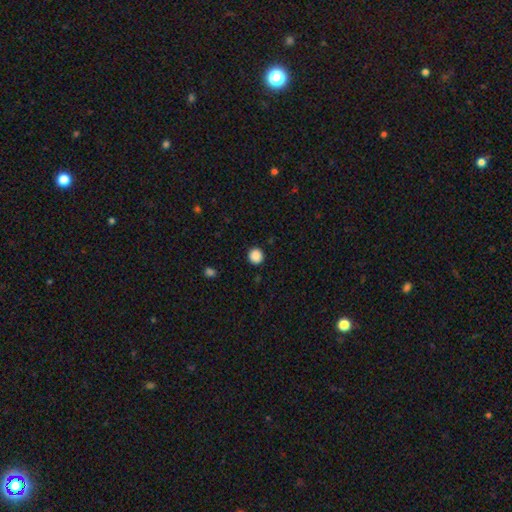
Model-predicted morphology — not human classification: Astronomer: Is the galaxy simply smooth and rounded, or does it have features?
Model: smooth — 88%.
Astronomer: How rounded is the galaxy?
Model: round — 92%.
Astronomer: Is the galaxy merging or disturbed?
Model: none — 91%.